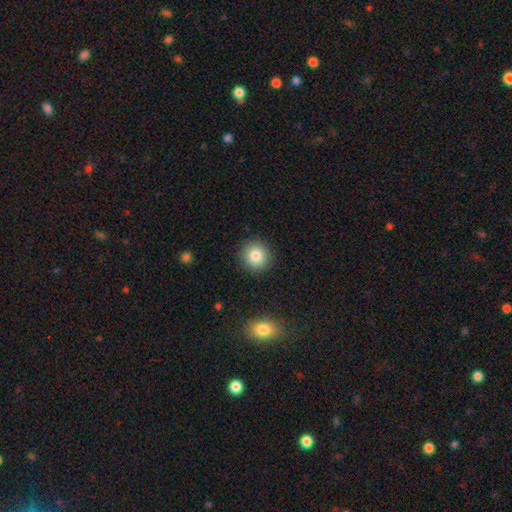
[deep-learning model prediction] This appears to be a smooth galaxy with no disk features (82%) that is round (93%). Merging: none (90%).